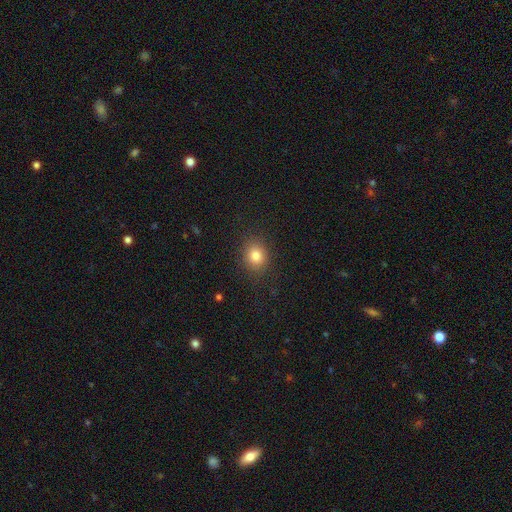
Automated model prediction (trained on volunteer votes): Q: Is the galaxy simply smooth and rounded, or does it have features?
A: smooth — 82%.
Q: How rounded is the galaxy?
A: round — 63%.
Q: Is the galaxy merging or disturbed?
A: none — 87%.